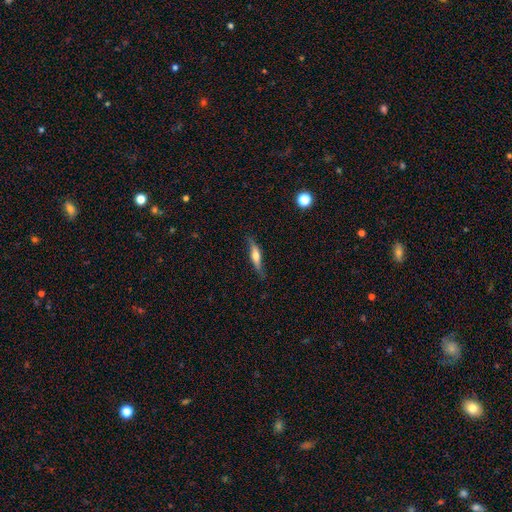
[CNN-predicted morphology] A featured or disk galaxy (50%). Merging: none (75%).